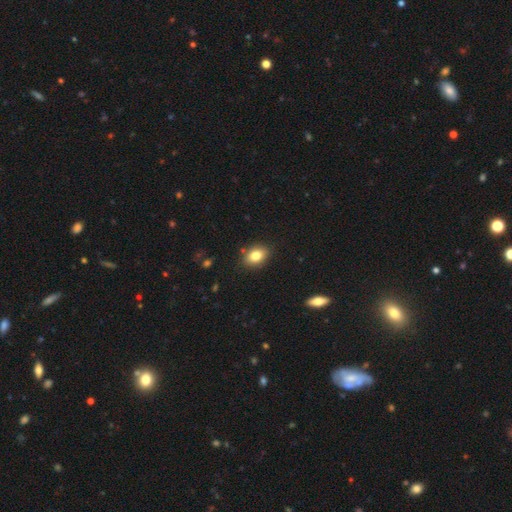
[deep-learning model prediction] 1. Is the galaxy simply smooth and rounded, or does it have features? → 82% smooth, 9% star or artifact, 9% featured or disk.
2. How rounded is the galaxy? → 74% in between, 25% round, 1% cigar-shaped.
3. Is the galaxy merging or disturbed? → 86% none, 10% minor disturbance, 2% major disturbance, 2% merger.